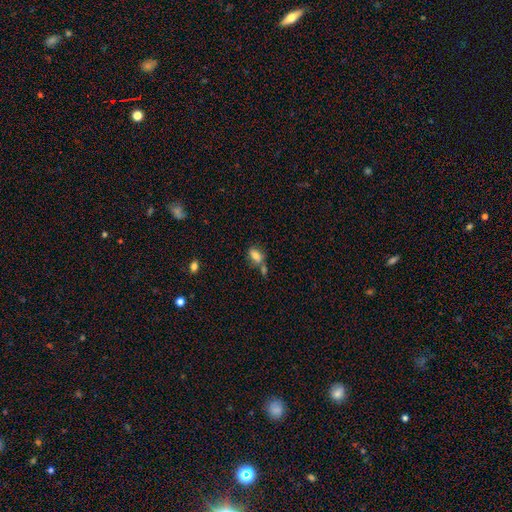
This appears to be a smooth galaxy with no disk features (85%) that is in between round and cigar-shaped (79%). Merging: none (49%).